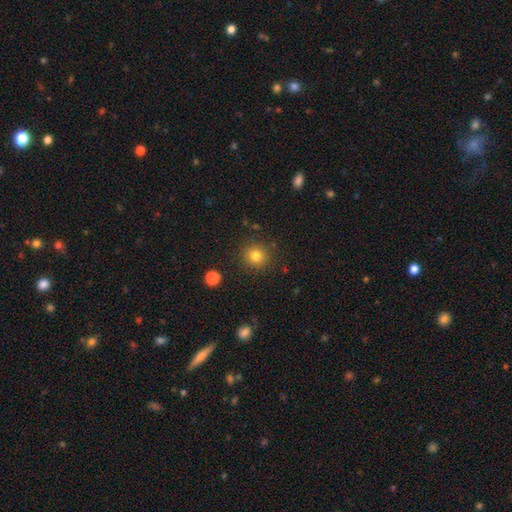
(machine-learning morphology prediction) Smooth or featured? Predicted: smooth (p=0.81). How rounded? Predicted: round (p=0.92). Merging? Predicted: none (p=0.88).